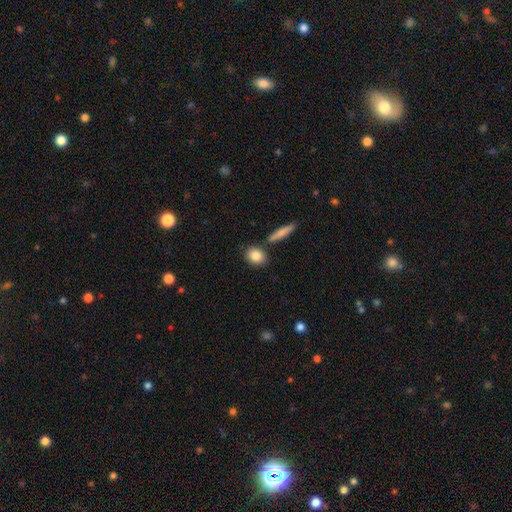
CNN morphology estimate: This is clearly a smooth galaxy (85%). How rounded: possibly round (51%). Merging: likely none (78%).